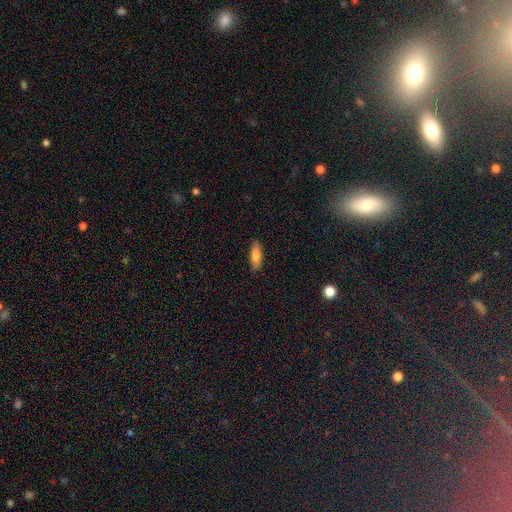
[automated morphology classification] smooth_or_featured: smooth (p=0.81) [alt: featured or disk p=0.13]
how_rounded: in between (p=0.59) [alt: cigar-shaped p=0.39]
merging: none (p=0.87) [alt: minor disturbance p=0.10]